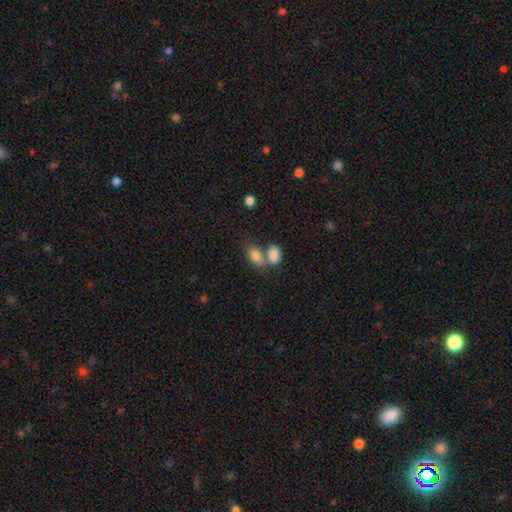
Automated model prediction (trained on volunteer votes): Smooth or featured: smooth — 81% (featured or disk — 10%)
How rounded: in between — 83% (round — 15%)
Merging: merger — 49% (none — 37%)